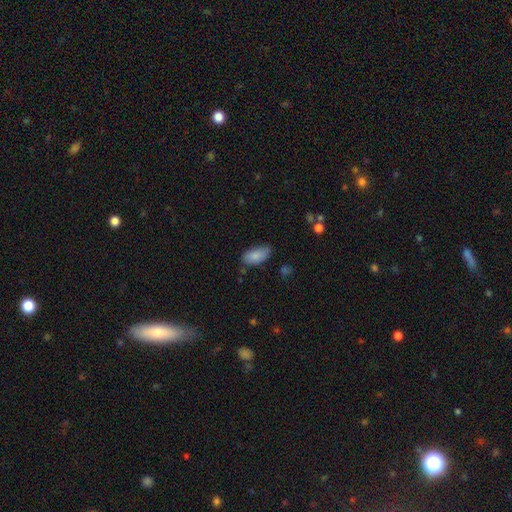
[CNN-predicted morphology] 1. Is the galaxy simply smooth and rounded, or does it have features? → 85% smooth, 8% featured or disk, 7% star or artifact.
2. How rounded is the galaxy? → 91% in between, 6% cigar-shaped, 3% round.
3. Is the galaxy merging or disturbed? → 66% none, 27% minor disturbance, 5% major disturbance, 2% merger.